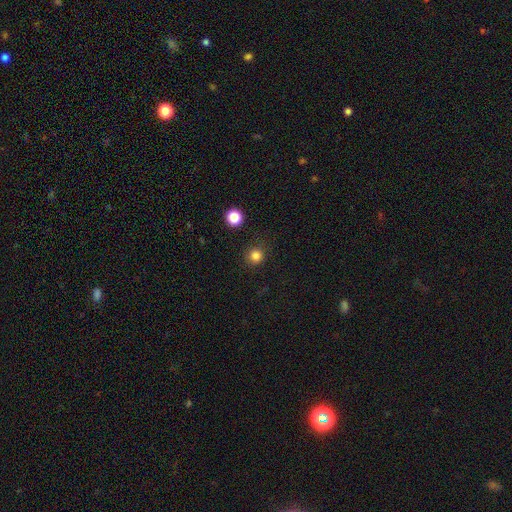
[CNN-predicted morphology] Overall: smooth (83%). How rounded: round (93%). Merging: none (89%).